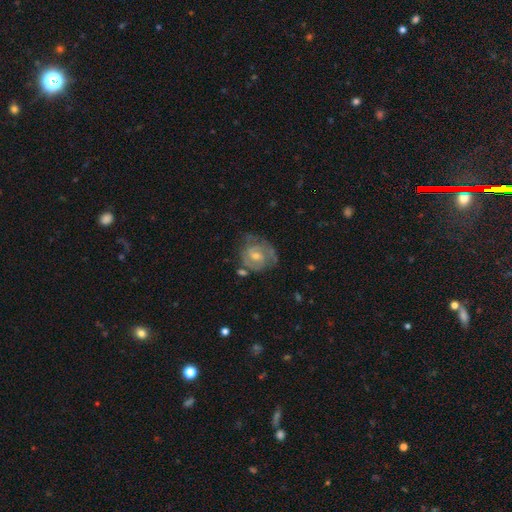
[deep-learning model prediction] Smooth or featured? Predicted: featured or disk (p=0.73). Edge-on disk? Predicted: no (p=0.97). Bar? Predicted: no (p=0.53). Spiral arms? Predicted: yes (p=0.84). Spiral winding? Predicted: tight (p=0.57). Spiral arm count? Predicted: 2 (p=0.47). Bulge size? Predicted: moderate (p=0.54). Merging? Predicted: none (p=0.62).